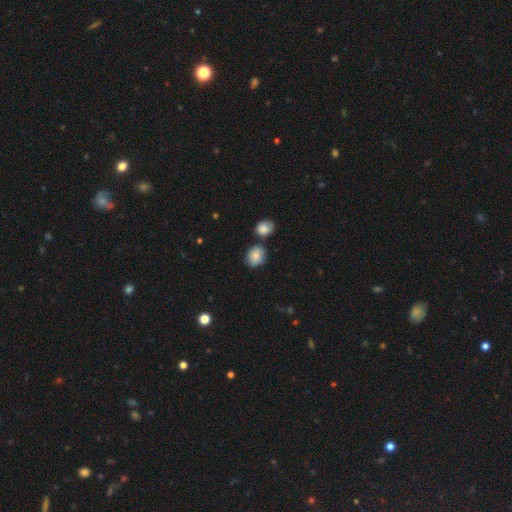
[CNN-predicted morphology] Smooth or featured: smooth — 82% (featured or disk — 10%)
How rounded: round — 55% (in between — 44%)
Merging: none — 70% (minor disturbance — 15%)